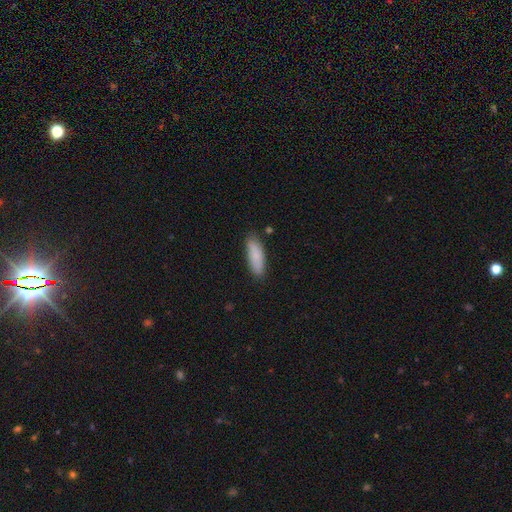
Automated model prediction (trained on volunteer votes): This appears to be a smooth galaxy with no disk features (85%) that is in between round and cigar-shaped (55%). Merging: none (83%).